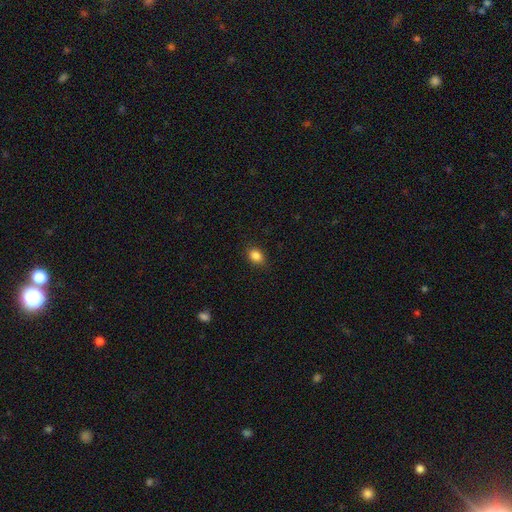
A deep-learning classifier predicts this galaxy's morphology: type=smooth (86%); roundness=in between (63%); merging=none (85%).